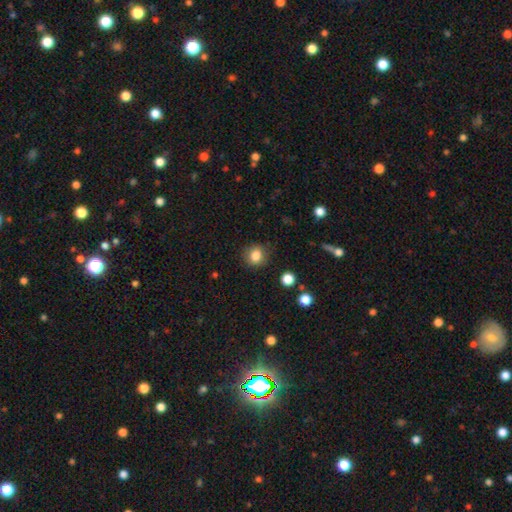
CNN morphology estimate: type=smooth (83%); roundness=round (76%); merging=none (83%).